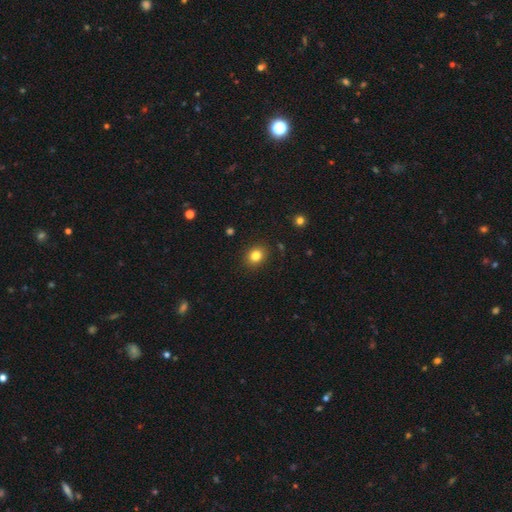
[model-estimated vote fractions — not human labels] Q: Smooth or featured?
A: smooth (82%); runner-up: star or artifact (11%)
Q: How rounded?
A: round (62%); runner-up: in between (38%)
Q: Merging?
A: none (89%); runner-up: minor disturbance (8%)